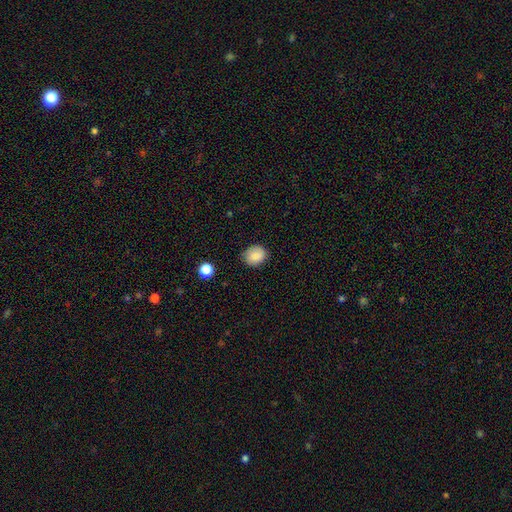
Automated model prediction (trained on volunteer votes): Overall: smooth (83%). How rounded: round (63%; in between 36%). Merging: none (79%).